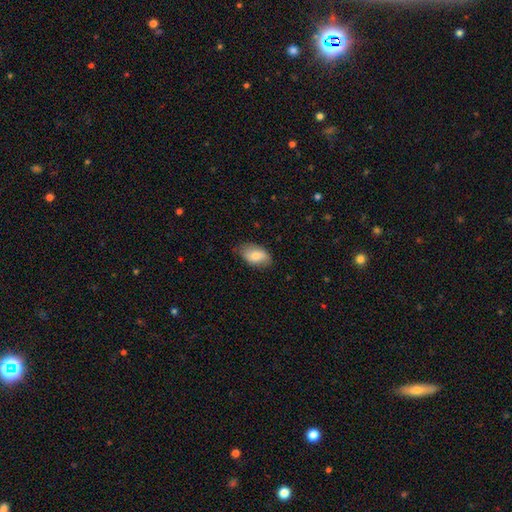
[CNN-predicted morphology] smooth-or-featured: smooth: 78% | featured or disk: 16% | star or artifact: 6%
  how-rounded: in between: 93% | round: 6% | cigar-shaped: 2%
  merging: none: 69% | minor disturbance: 25% | major disturbance: 5% | merger: 1%